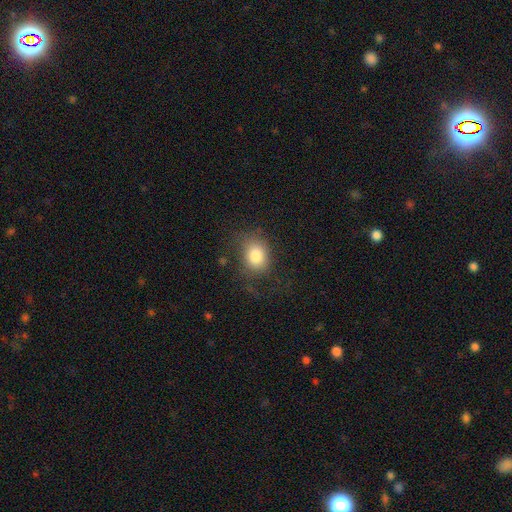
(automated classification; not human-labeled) Overall: smooth (80%). How rounded: in between (53%; round 46%). Merging: none (64%).